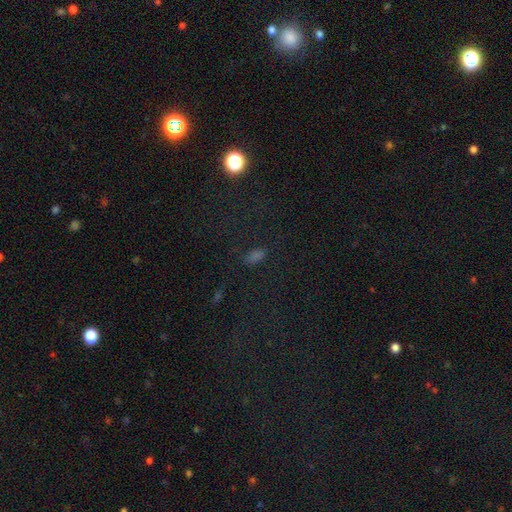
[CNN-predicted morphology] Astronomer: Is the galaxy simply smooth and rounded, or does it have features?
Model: smooth — 54% (runner-up: star or artifact, 37%).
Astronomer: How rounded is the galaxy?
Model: in between — 76%.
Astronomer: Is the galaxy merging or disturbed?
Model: none — 76%.